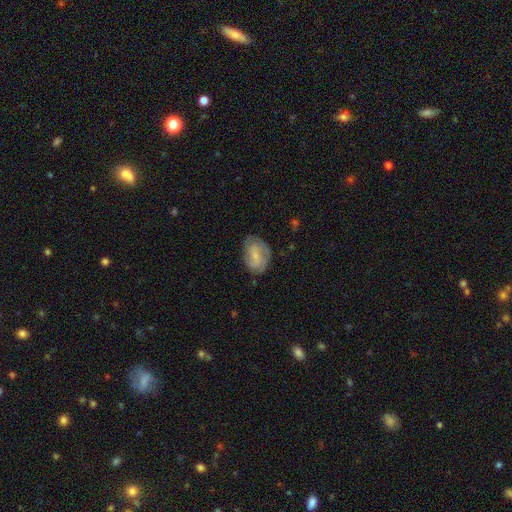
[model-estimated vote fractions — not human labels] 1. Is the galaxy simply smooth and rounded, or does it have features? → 49% smooth, 44% featured or disk, 7% star or artifact.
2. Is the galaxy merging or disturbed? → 69% none, 23% minor disturbance, 7% major disturbance, 1% merger.